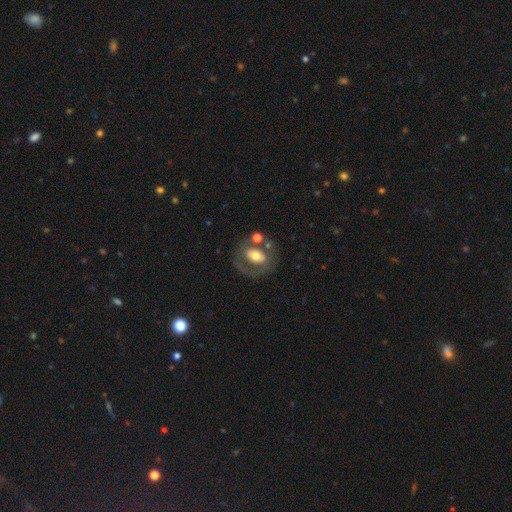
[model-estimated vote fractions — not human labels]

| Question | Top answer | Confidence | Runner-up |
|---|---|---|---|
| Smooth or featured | featured or disk | 49% | smooth (43%) |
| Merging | none | 56% | minor disturbance (16%) |